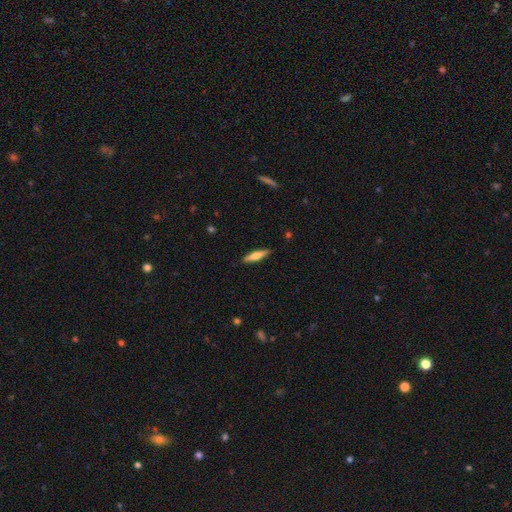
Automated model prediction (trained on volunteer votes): This appears to be a smooth galaxy with no disk features (59%) that is cigar-shaped (77%). Merging: none (89%).